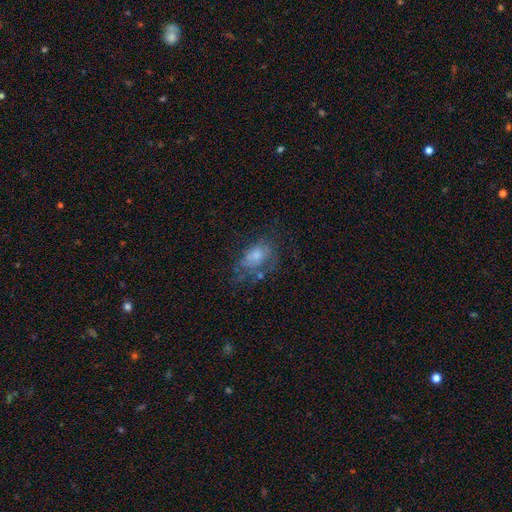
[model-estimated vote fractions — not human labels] Q: Smooth or featured?
A: smooth (48%); runner-up: featured or disk (38%)
Q: Merging?
A: none (44%); runner-up: major disturbance (27%)